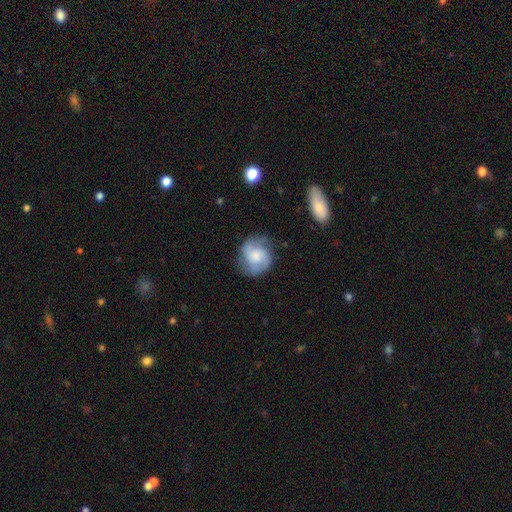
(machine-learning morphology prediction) This is possibly a featured or disk galaxy (57%). It is clearly not viewed edge-on (98%). Bar: likely no (66%). Spiral arm pattern: clearly yes (90%). Spiral arm count: likely 2 (72%). Spiral winding: possibly medium (47%). Central bulge: marginally moderate (35%). Merging: likely none (66%).